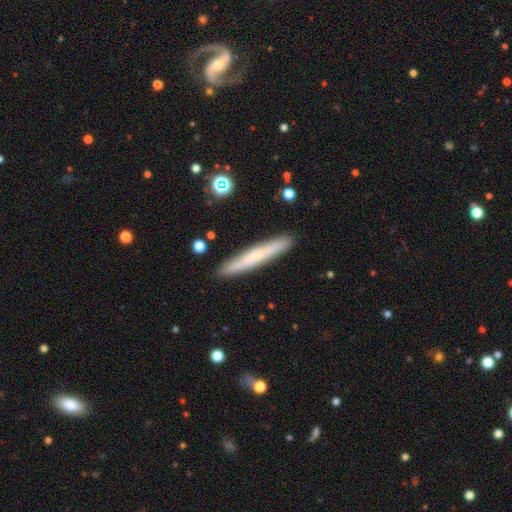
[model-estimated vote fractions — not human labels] Smooth or featured?
  - smooth: 54% *
  - featured or disk: 40%
  - star or artifact: 6%
How rounded?
  - cigar-shaped: 95% *
  - in between: 4%
  - round: 1%
Merging?
  - none: 89% *
  - minor disturbance: 8%
  - major disturbance: 2%
  - merger: 1%